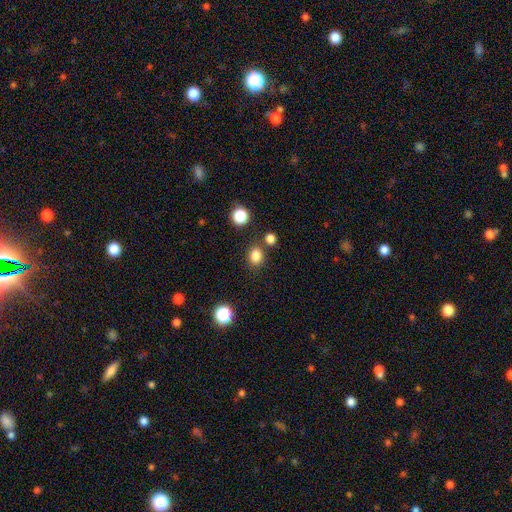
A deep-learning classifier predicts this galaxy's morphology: Smooth or featured?
  - smooth: 82% *
  - star or artifact: 13%
  - featured or disk: 5%
How rounded?
  - round: 58% *
  - in between: 41%
  - cigar-shaped: 1%
Merging?
  - none: 79% *
  - minor disturbance: 10%
  - merger: 8%
  - major disturbance: 3%